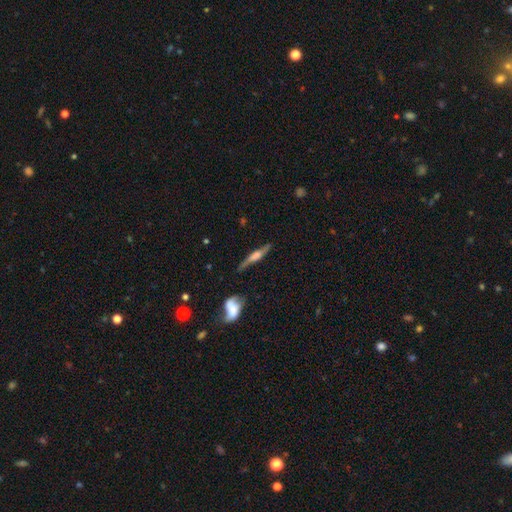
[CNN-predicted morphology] featured or disk 66%, smooth 26%, star or artifact 7%. Down the decision tree: edge-on disk — yes (88%); edge-on bulge — rounded (63%); merging — none (70%).